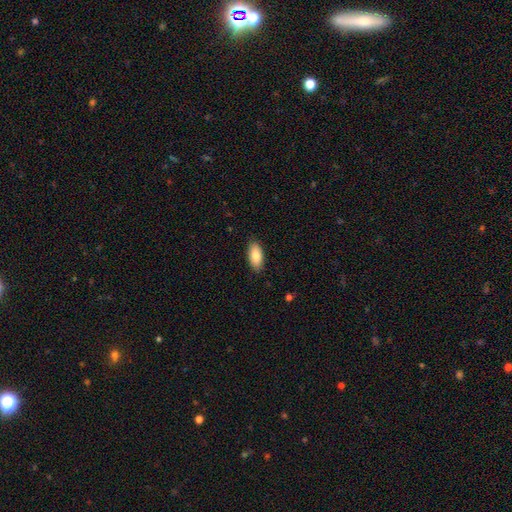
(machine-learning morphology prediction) type=smooth (83%); roundness=in between (89%); merging=none (88%).